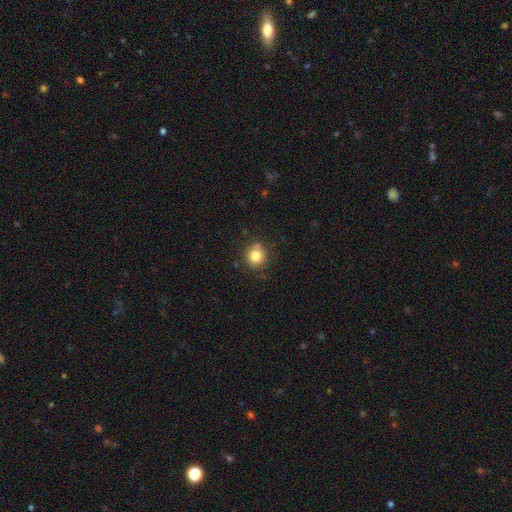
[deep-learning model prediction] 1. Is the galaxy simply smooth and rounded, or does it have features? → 82% smooth, 11% star or artifact, 7% featured or disk.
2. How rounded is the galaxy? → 88% round, 11% in between, 1% cigar-shaped.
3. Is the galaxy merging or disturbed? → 79% none, 13% minor disturbance, 4% merger, 3% major disturbance.